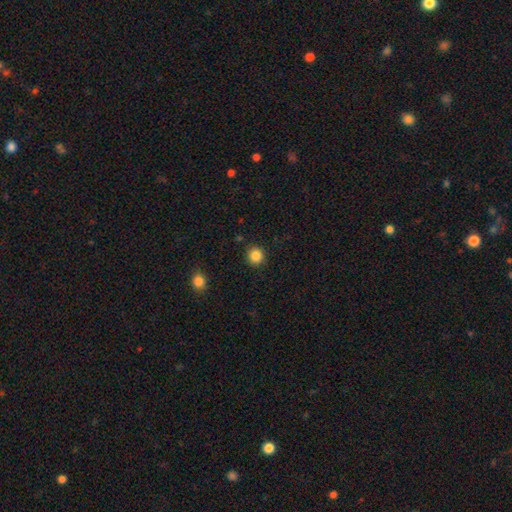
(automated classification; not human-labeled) Smooth or featured?
  - smooth: 85% *
  - star or artifact: 11%
  - featured or disk: 4%
How rounded?
  - round: 93% *
  - in between: 6%
  - cigar-shaped: 1%
Merging?
  - none: 91% *
  - minor disturbance: 6%
  - major disturbance: 2%
  - merger: 1%